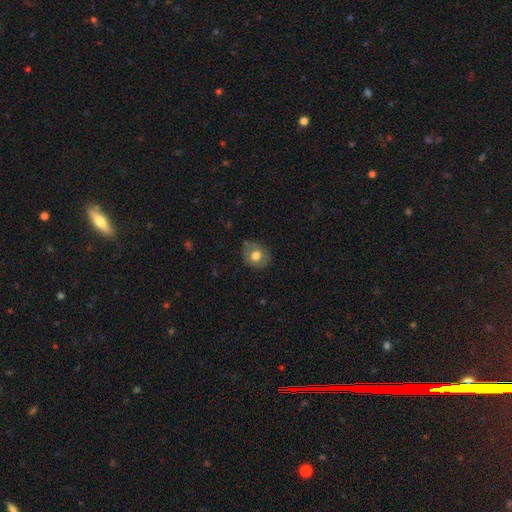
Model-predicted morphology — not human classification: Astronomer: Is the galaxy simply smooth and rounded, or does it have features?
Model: smooth — 69%.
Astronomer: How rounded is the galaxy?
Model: round — 66%.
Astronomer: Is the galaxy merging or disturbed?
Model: none — 78%.